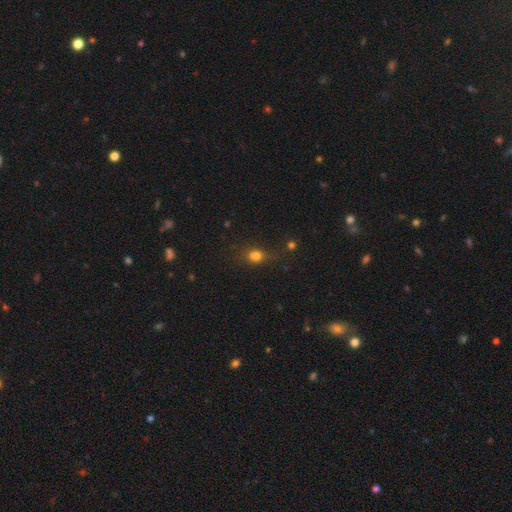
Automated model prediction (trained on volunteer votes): smooth 74%, star or artifact 16%, featured or disk 10%. Down the decision tree: how rounded — round (55%); merging — none (61%).